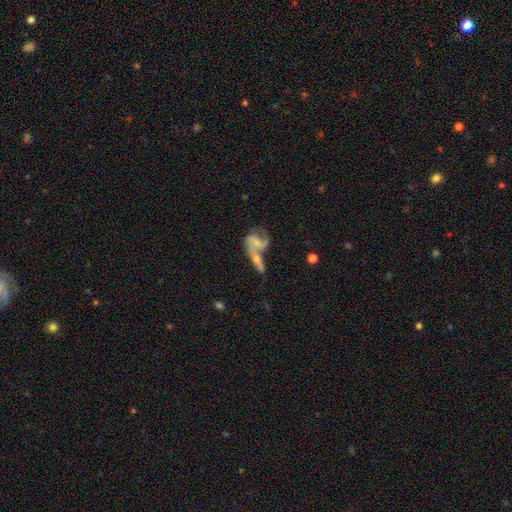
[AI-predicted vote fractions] Morphology: type=featured or disk (70%); edge-on=no (93%); bar=no (48%); spiral arms=yes (82%); winding=loose (44%); arm count=2 (71%); bulge=small (53%); merging=merger (53%).